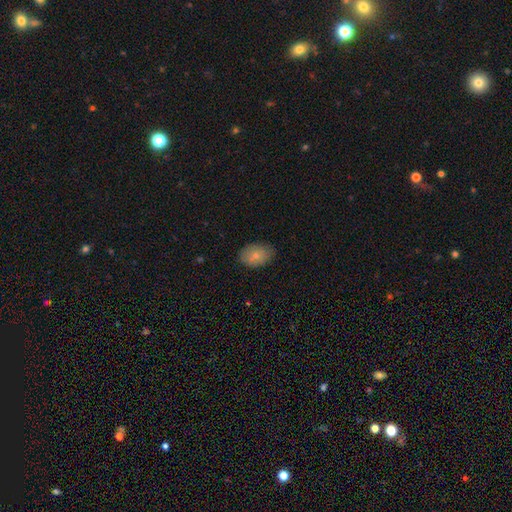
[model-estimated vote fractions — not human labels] smooth_or_featured: smooth (p=0.77) [alt: featured or disk p=0.14]
how_rounded: in between (p=0.81) [alt: round p=0.18]
merging: none (p=0.80) [alt: minor disturbance p=0.16]